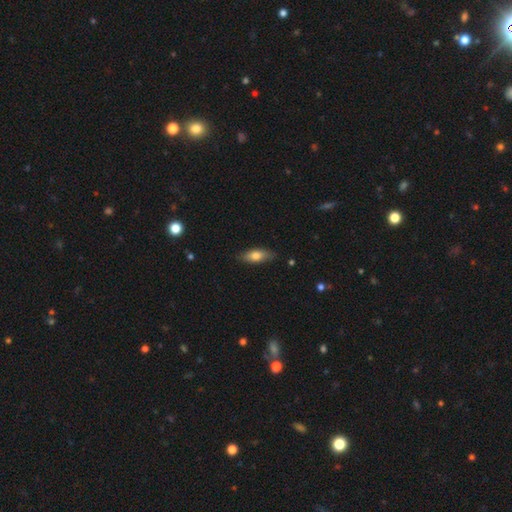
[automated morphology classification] Q: Smooth or featured?
A: smooth (72%); runner-up: featured or disk (22%)
Q: How rounded?
A: in between (67%); runner-up: cigar-shaped (30%)
Q: Merging?
A: none (84%); runner-up: minor disturbance (13%)